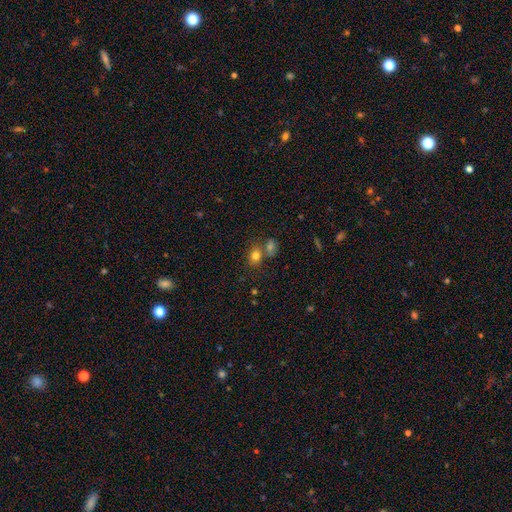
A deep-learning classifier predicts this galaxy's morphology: smooth-or-featured: smooth: 78% | star or artifact: 13% | featured or disk: 9%
  how-rounded: round: 58% | in between: 40% | cigar-shaped: 1%
  merging: none: 54% | merger: 31% | minor disturbance: 11% | major disturbance: 4%